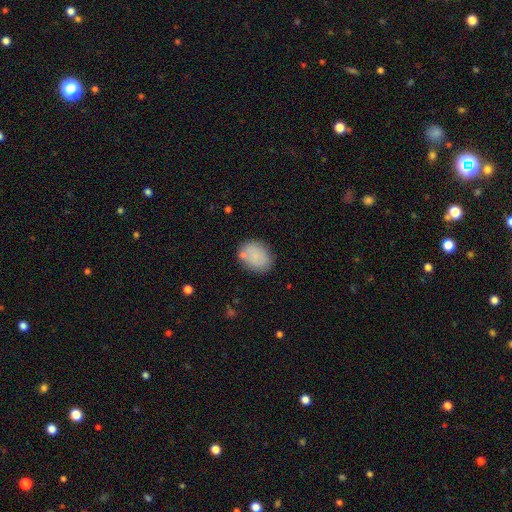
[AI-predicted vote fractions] Morphology: type=smooth (80%); roundness=in between (65%); merging=none (71%).